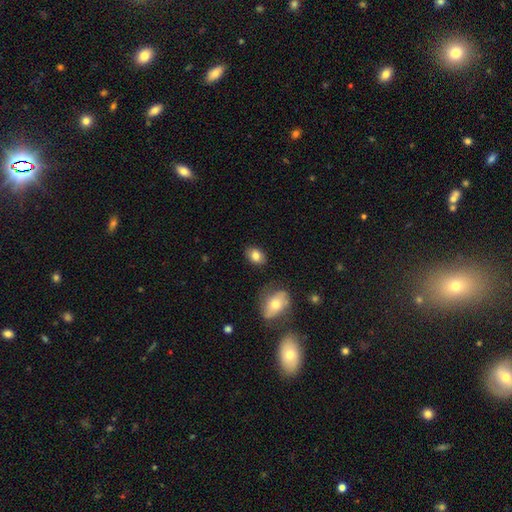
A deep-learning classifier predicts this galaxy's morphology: smooth_or_featured: smooth (p=0.82) [alt: featured or disk p=0.10]
how_rounded: in between (p=0.77) [alt: round p=0.21]
merging: none (p=0.82) [alt: minor disturbance p=0.12]